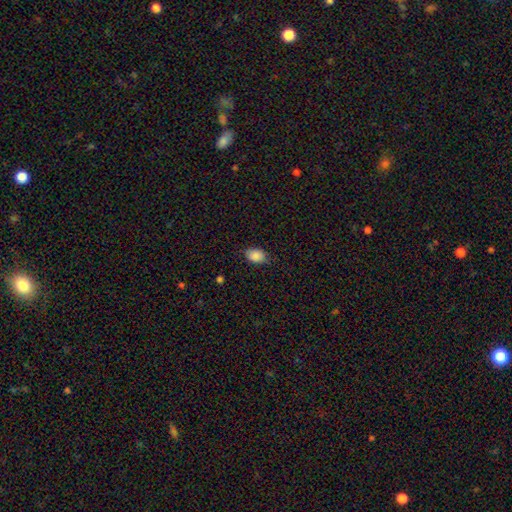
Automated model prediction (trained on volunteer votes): The model was most divided on "merging": none: 79%, minor disturbance: 16%, major disturbance: 3%, merger: 1%. More confident: smooth or featured — smooth (88%); how rounded — in between (82%).